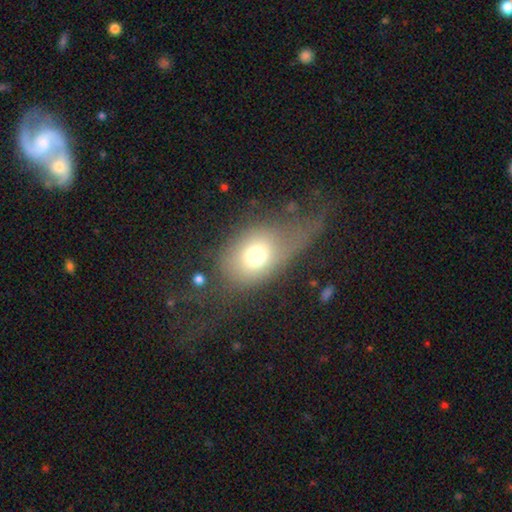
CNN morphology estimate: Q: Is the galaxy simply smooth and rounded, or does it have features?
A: smooth — 71%.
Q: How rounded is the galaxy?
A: in between — 63%.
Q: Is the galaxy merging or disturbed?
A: major disturbance — 40%.